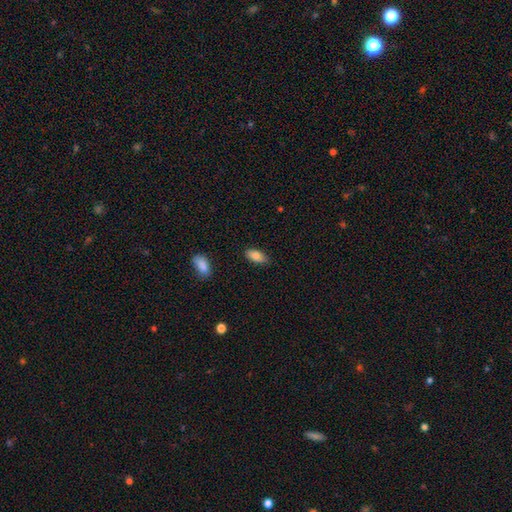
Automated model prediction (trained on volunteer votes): Morphology: type=smooth (82%); roundness=in between (91%); merging=none (82%).